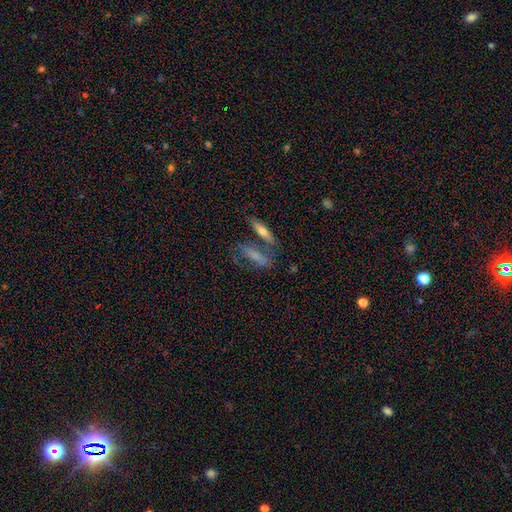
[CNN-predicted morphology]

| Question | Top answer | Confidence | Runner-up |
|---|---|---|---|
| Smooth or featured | smooth | 47% | featured or disk (41%) |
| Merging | none | 51% | merger (26%) |